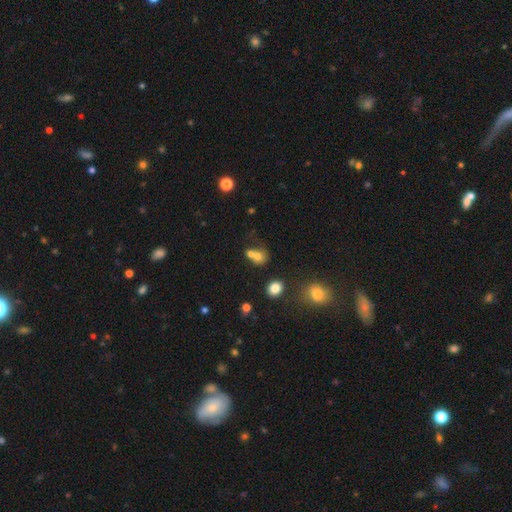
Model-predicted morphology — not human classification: smooth_or_featured: smooth (p=0.70) [alt: featured or disk p=0.16]
how_rounded: round (p=0.65) [alt: in between p=0.33]
merging: merger (p=0.56) [alt: none p=0.31]